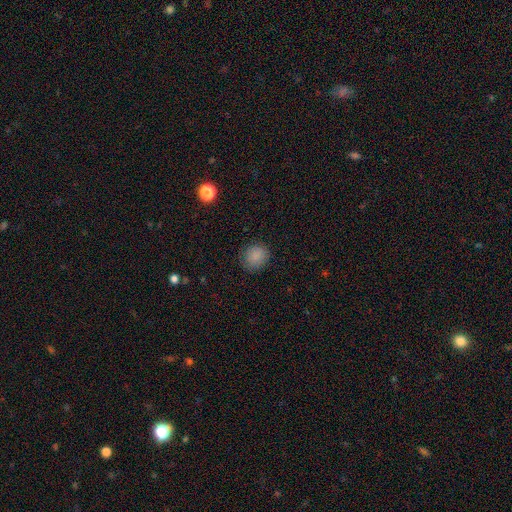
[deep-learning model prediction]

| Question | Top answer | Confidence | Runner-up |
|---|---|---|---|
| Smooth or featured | smooth | 86% | star or artifact (10%) |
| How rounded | round | 81% | in between (18%) |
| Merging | none | 85% | minor disturbance (11%) |